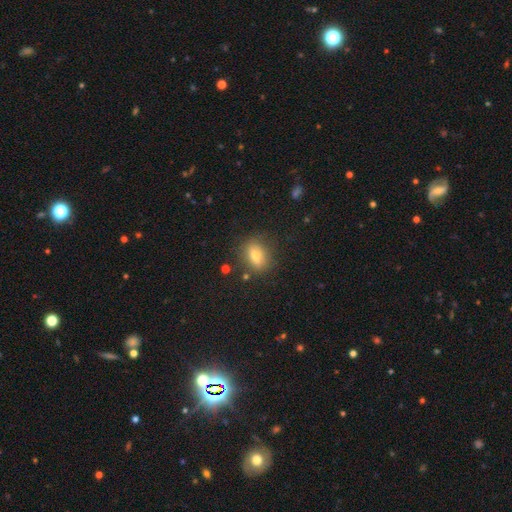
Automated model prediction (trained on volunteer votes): A smooth galaxy with no disk features (70%) that is in between round and cigar-shaped (69%). Merging: none (80%).